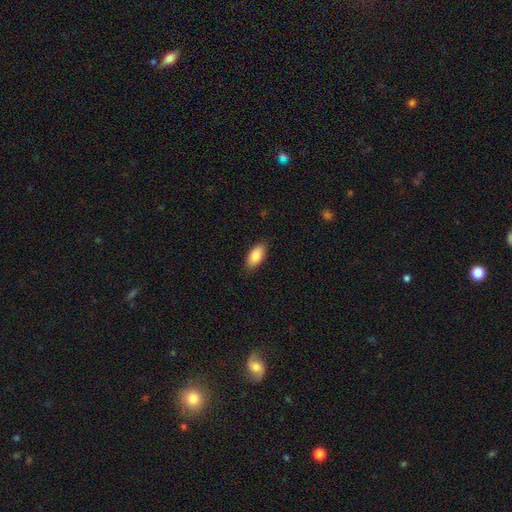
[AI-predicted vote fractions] smooth_or_featured: smooth (p=0.88) [alt: star or artifact p=0.06]
how_rounded: in between (p=0.92) [alt: cigar-shaped p=0.05]
merging: none (p=0.86) [alt: minor disturbance p=0.10]